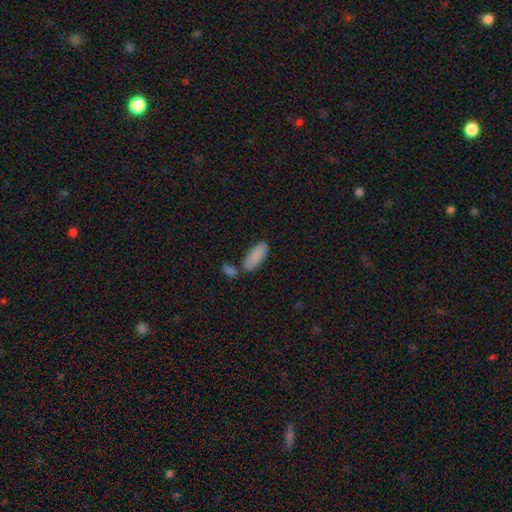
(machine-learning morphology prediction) Smooth or featured: smooth — 86% (featured or disk — 7%)
How rounded: in between — 71% (cigar-shaped — 27%)
Merging: none — 65% (merger — 17%)